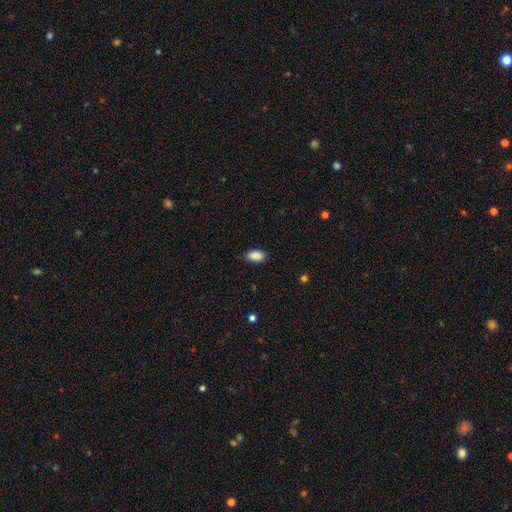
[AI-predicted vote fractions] Smooth or featured? Predicted: smooth (p=0.89). How rounded? Predicted: in between (p=0.92). Merging? Predicted: none (p=0.80).